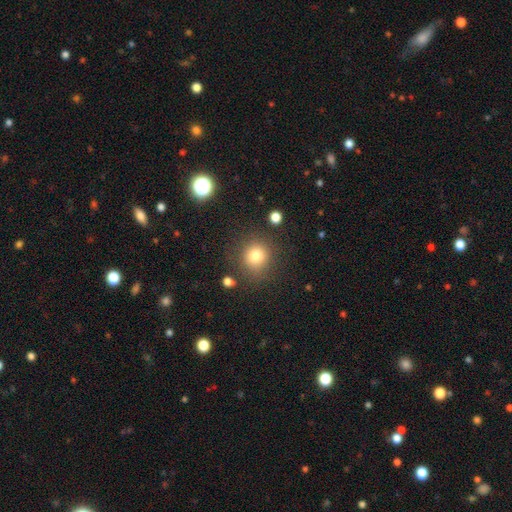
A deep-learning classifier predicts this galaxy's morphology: This appears to be a smooth galaxy with no disk features (79%) that is round (88%). Merging: none (82%).